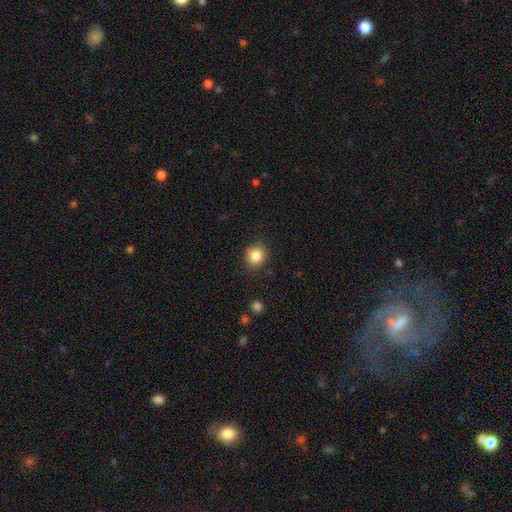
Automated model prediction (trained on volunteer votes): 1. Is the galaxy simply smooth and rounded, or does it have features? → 85% smooth, 10% star or artifact, 5% featured or disk.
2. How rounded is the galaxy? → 82% round, 17% in between, 1% cigar-shaped.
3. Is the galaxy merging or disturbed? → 88% none, 8% minor disturbance, 3% major disturbance, 1% merger.